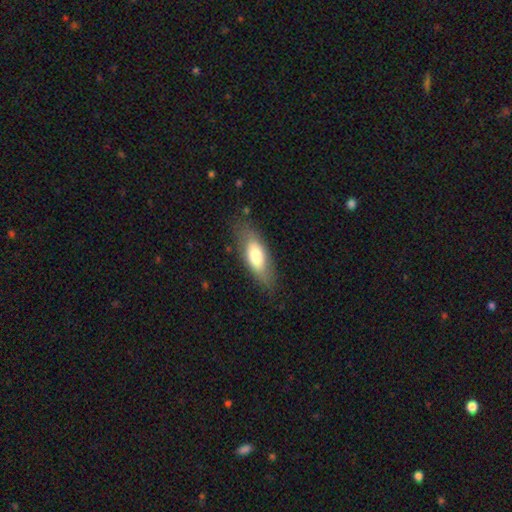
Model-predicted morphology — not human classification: smooth-or-featured: smooth: 66% | featured or disk: 27% | star or artifact: 6%
  how-rounded: in between: 75% | cigar-shaped: 22% | round: 3%
  merging: none: 76% | minor disturbance: 17% | major disturbance: 6% | merger: 1%